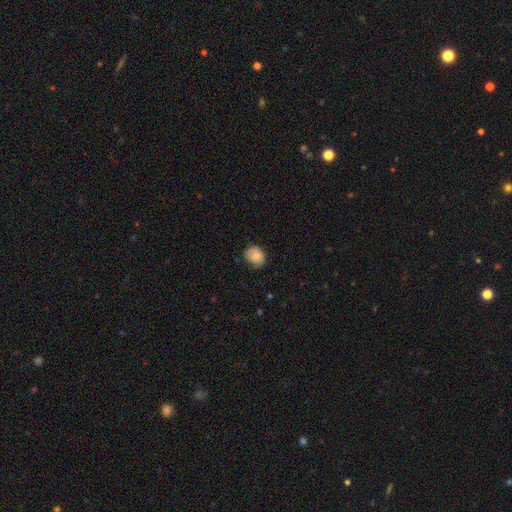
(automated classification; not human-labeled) A smooth galaxy with no disk features (71%) that is round (65%). Merging: none (62%).